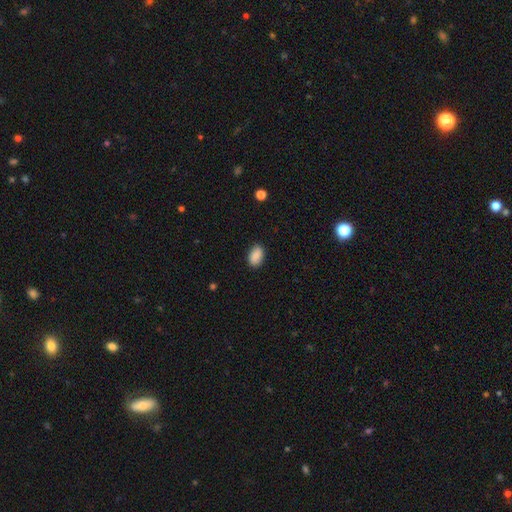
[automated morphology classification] This is clearly a smooth galaxy (89%). How rounded: clearly in between (89%). Merging: clearly none (87%).